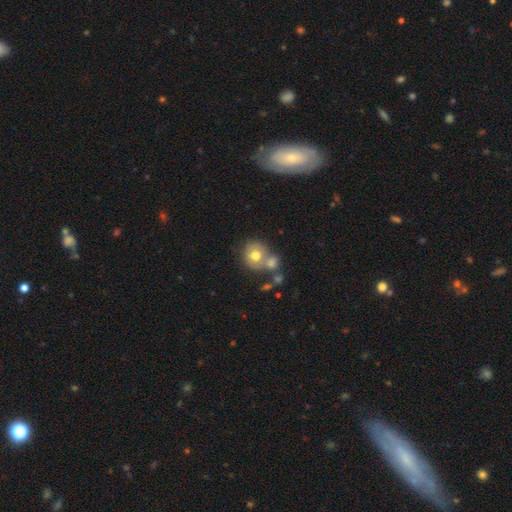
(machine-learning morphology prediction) Q: Smooth or featured?
A: smooth (68%); runner-up: featured or disk (23%)
Q: How rounded?
A: round (81%); runner-up: in between (18%)
Q: Merging?
A: merger (43%); runner-up: none (39%)